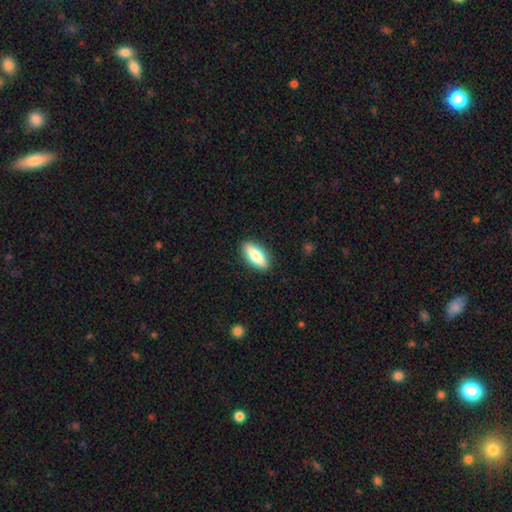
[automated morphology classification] A smooth galaxy with no disk features (71%) that is in between round and cigar-shaped (70%).

Vote fractions:
- Smooth or featured? smooth: 71% / featured or disk: 22% / star or artifact: 6%
- How rounded? in between: 70% / cigar-shaped: 28% / round: 3%
- Merging? none: 88% / minor disturbance: 8% / major disturbance: 2% / merger: 1%